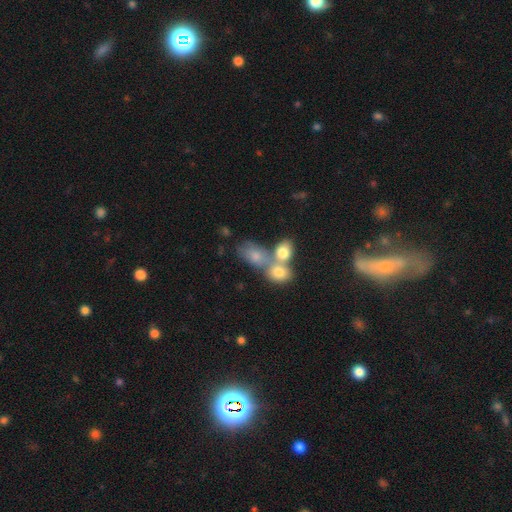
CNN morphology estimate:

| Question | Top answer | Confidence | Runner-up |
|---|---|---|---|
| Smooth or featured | smooth | 71% | featured or disk (18%) |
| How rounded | in between | 79% | round (19%) |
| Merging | merger | 56% | none (27%) |